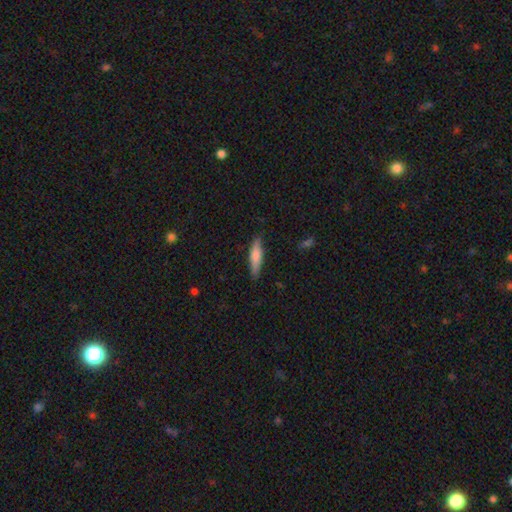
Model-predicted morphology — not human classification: This is likely a smooth galaxy (73%). How rounded: likely cigar-shaped (74%). Merging: clearly none (84%).